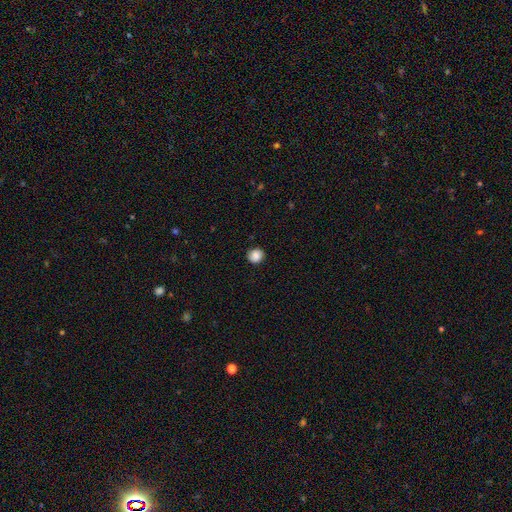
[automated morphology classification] Smooth or featured? Predicted: smooth (p=0.85). How rounded? Predicted: round (p=0.88). Merging? Predicted: none (p=0.87).